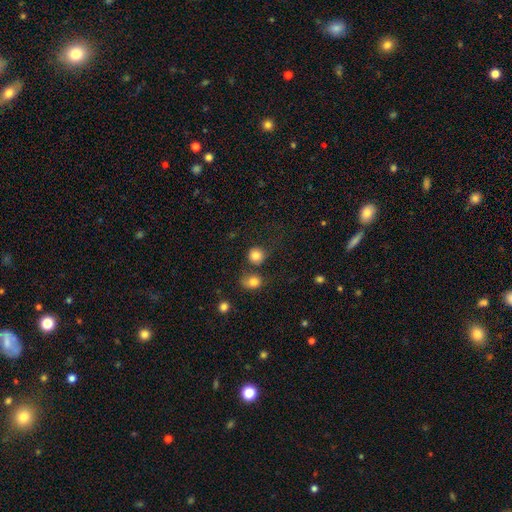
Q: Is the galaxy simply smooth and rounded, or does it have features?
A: smooth — 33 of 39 (85%).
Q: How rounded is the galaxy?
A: round — 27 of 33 (82%).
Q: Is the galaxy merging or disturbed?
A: none — 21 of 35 (60%).